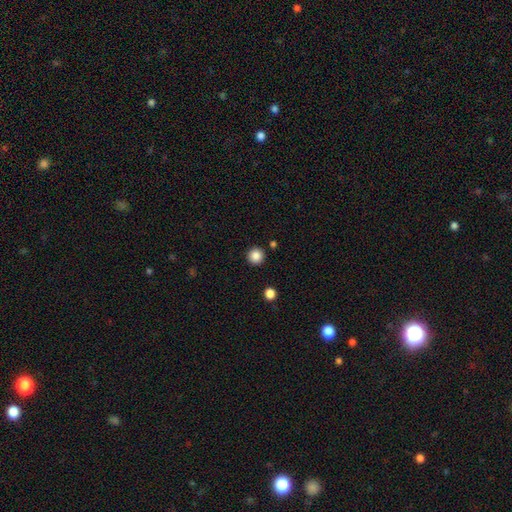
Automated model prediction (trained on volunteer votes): This appears to be a smooth galaxy with no disk features (86%) that is round (96%). Merging: none (92%).